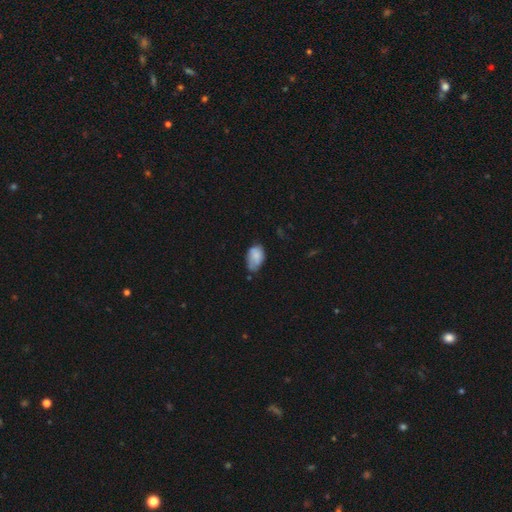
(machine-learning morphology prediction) Overall: smooth (79%). How rounded: in between (90%). Merging: none (44%; minor disturbance 42%).